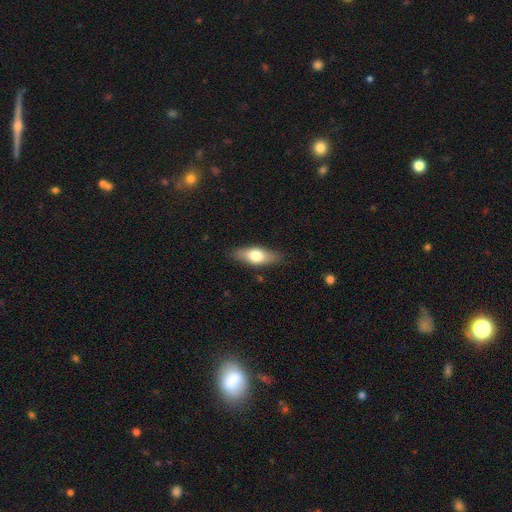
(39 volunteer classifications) smooth 74%, featured or disk 23%, star or artifact 3%. Down the decision tree: how rounded — in between (93%); merging — none (84%).